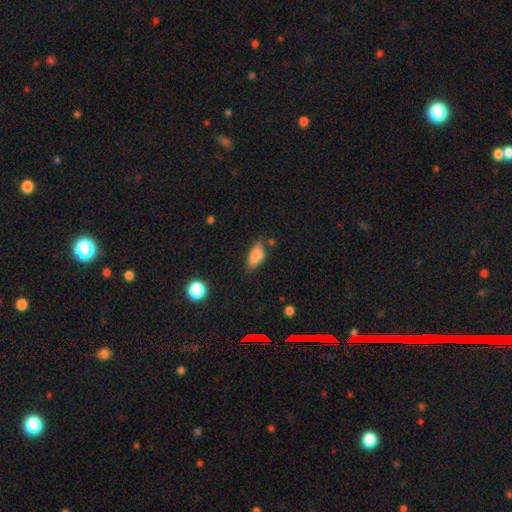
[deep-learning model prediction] This is likely a smooth galaxy (76%). How rounded: likely in between (76%). Merging: possibly none (56%).